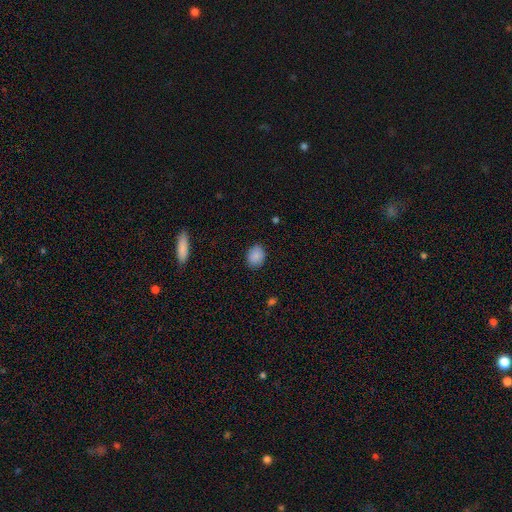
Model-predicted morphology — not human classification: smooth 87%, star or artifact 8%, featured or disk 5%. Down the decision tree: how rounded — round (53%); merging — none (85%).